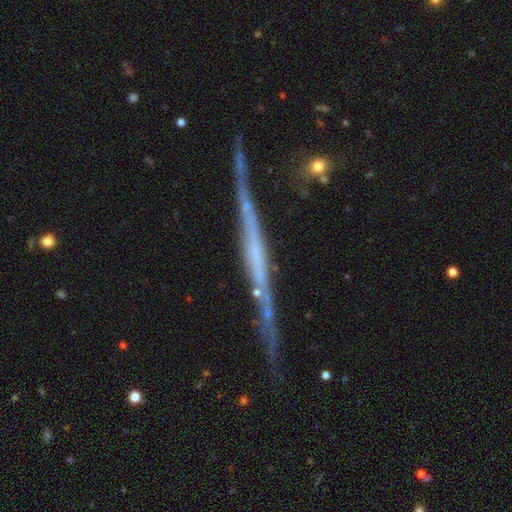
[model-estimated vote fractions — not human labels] Morphology: type=featured or disk (78%); edge-on=yes (96%); edge-on bulge=none (63%); merging=none (77%).